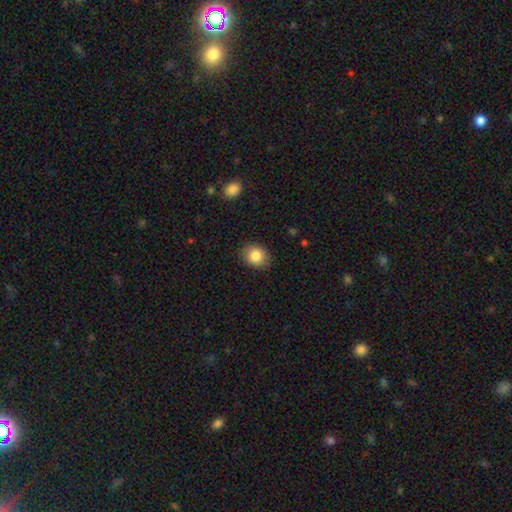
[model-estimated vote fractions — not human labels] Overall: smooth (85%). How rounded: round (59%; in between 40%). Merging: none (86%).